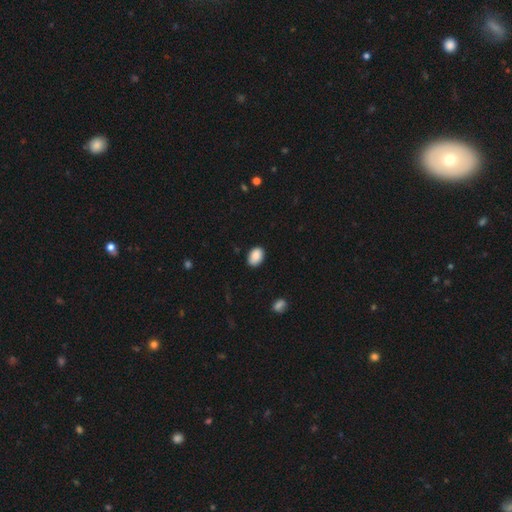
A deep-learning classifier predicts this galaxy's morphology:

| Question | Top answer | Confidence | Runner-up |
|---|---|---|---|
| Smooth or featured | smooth | 88% | star or artifact (7%) |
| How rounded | in between | 83% | round (16%) |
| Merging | none | 86% | minor disturbance (11%) |